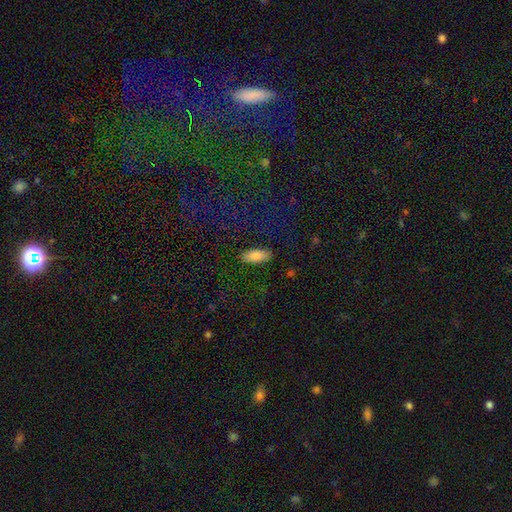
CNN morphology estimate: Smooth or featured?
  - smooth: 84% *
  - featured or disk: 8%
  - star or artifact: 8%
How rounded?
  - in between: 86% *
  - cigar-shaped: 12%
  - round: 2%
Merging?
  - none: 88% *
  - minor disturbance: 9%
  - major disturbance: 2%
  - merger: 1%